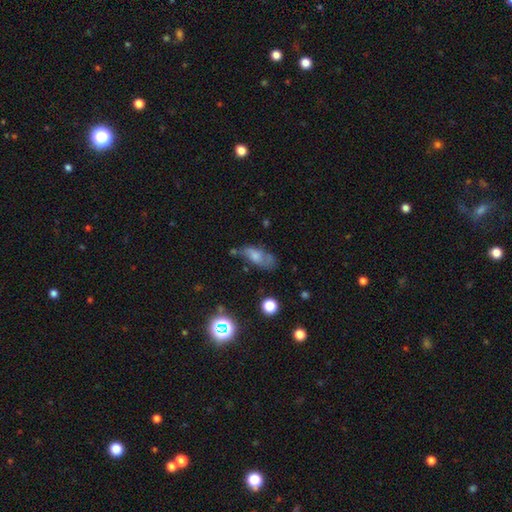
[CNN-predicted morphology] The model was most divided on "merging": none: 46%, minor disturbance: 29%, major disturbance: 15%, merger: 9%. More confident: how rounded — in between (80%); smooth or featured — smooth (60%).